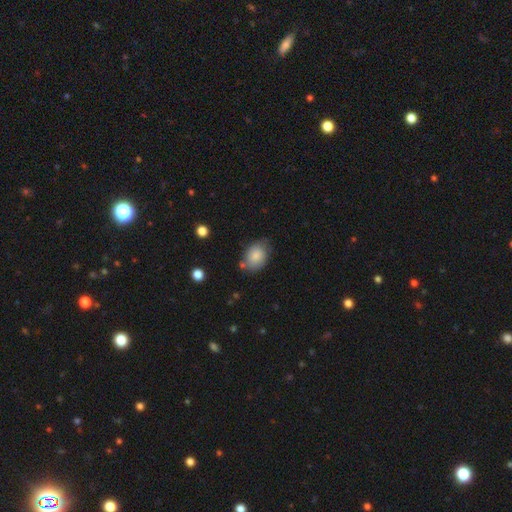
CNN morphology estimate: A smooth galaxy with no disk features (80%) that is in between round and cigar-shaped (73%).

Vote fractions:
- Smooth or featured? smooth: 80% / featured or disk: 13% / star or artifact: 7%
- How rounded? in between: 73% / round: 26% / cigar-shaped: 1%
- Merging? none: 62% / minor disturbance: 26% / merger: 6% / major disturbance: 6%